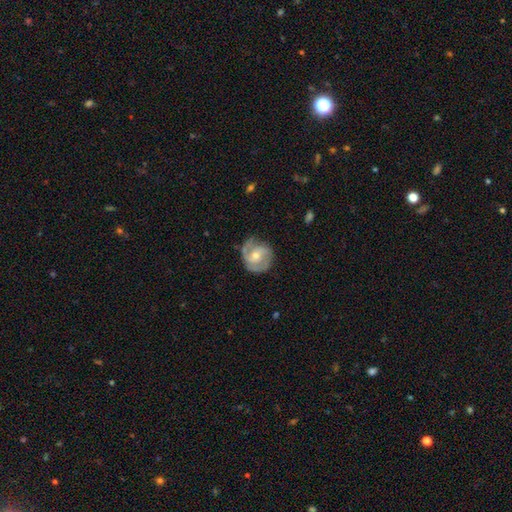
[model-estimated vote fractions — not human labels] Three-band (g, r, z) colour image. It shows a featured or disk galaxy (79%) with no bar (51%), 2 (63%) tight (45%) spiral arms (93%) and a moderate central bulge (54%). Merging: none (68%).